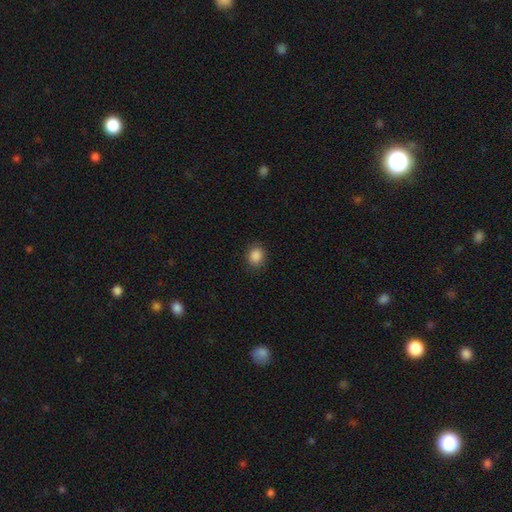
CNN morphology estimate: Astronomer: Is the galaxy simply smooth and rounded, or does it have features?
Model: smooth — 88%.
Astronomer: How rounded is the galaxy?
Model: round — 63%.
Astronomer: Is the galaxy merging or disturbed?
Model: none — 87%.